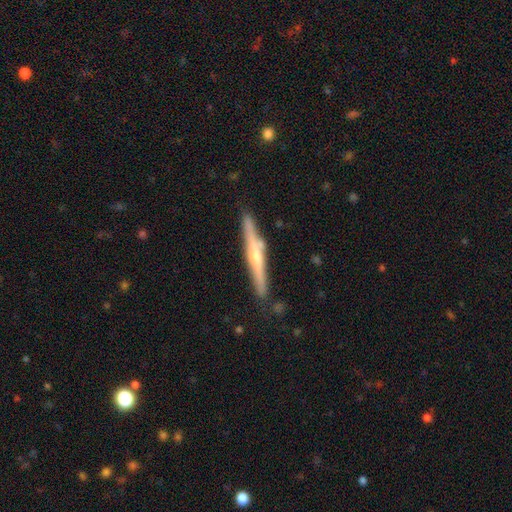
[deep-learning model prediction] featured or disk 71%, smooth 23%, star or artifact 6%. Down the decision tree: edge-on disk — yes (96%); edge-on bulge — rounded (82%); merging — none (81%).